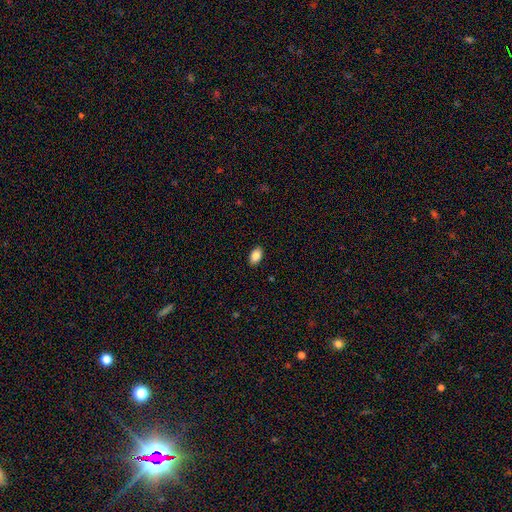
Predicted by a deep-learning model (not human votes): Smooth or featured?
  - smooth: 86% *
  - star or artifact: 8%
  - featured or disk: 6%
How rounded?
  - in between: 92% *
  - round: 7%
  - cigar-shaped: 2%
Merging?
  - none: 89% *
  - minor disturbance: 8%
  - major disturbance: 2%
  - merger: 1%